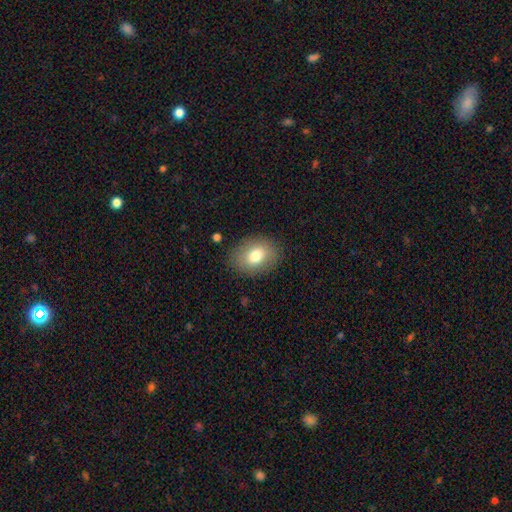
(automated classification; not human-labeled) Morphology: type=smooth (77%); roundness=in between (71%); merging=none (85%).